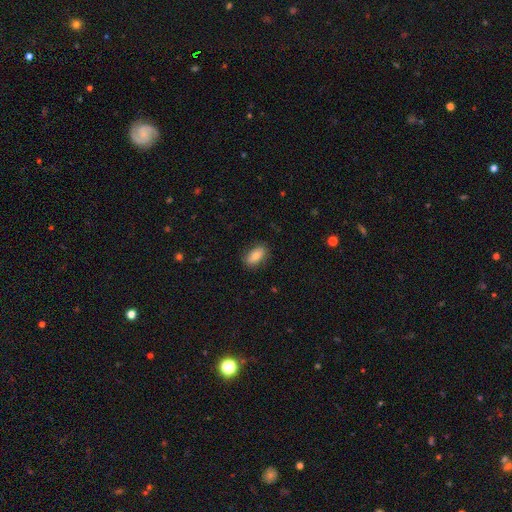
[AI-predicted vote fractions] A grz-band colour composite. It shows a smooth galaxy with no disk features (79%) that is in between round and cigar-shaped (90%). Merging: none (85%).